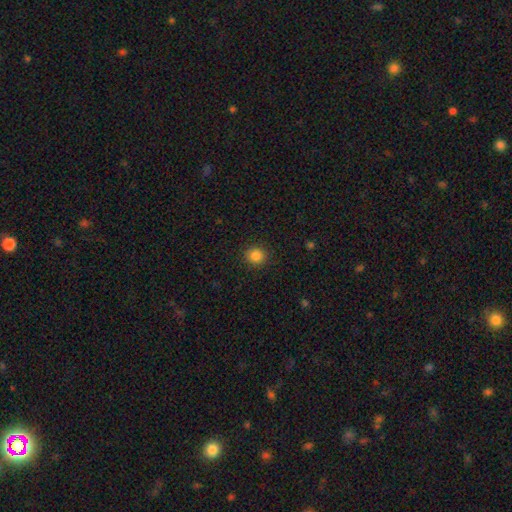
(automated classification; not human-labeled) smooth_or_featured: smooth (p=0.85) [alt: star or artifact p=0.11]
how_rounded: round (p=0.88) [alt: in between p=0.11]
merging: none (p=0.91) [alt: minor disturbance p=0.06]